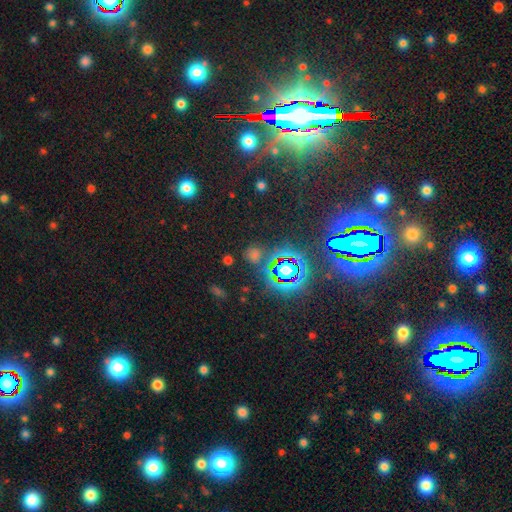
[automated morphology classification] The model was most divided on "smooth or featured": star or artifact: 64%, smooth: 27%, featured or disk: 9%.